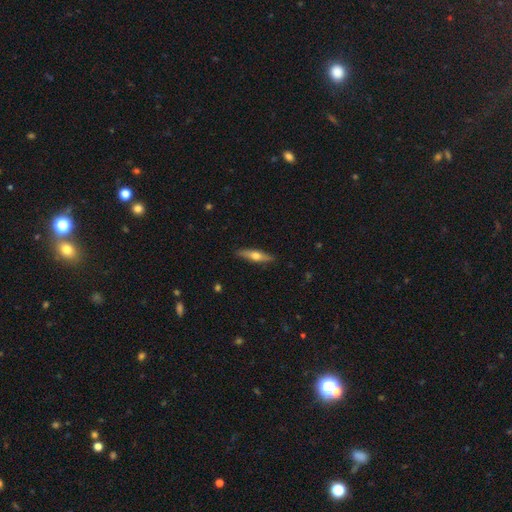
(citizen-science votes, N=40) This is likely a featured or disk galaxy (75%). It is clearly viewed edge-on (93%). Edge-on bulge: clearly rounded (93%). Merging: clearly none (95%).